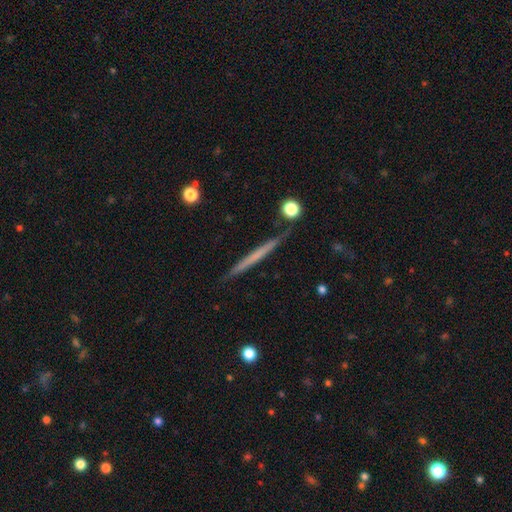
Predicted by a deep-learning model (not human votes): Smooth or featured: featured or disk — 48% (smooth — 46%)
Merging: none — 88% (minor disturbance — 8%)